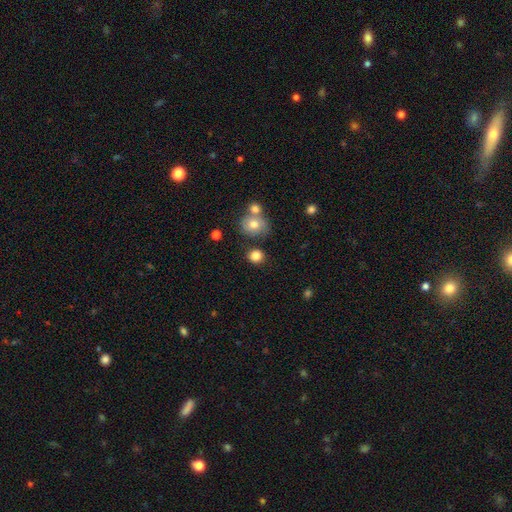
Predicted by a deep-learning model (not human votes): The model was most divided on "how rounded": round: 76%, in between: 23%, cigar-shaped: 1%. More confident: smooth or featured — smooth (82%); merging — none (74%).